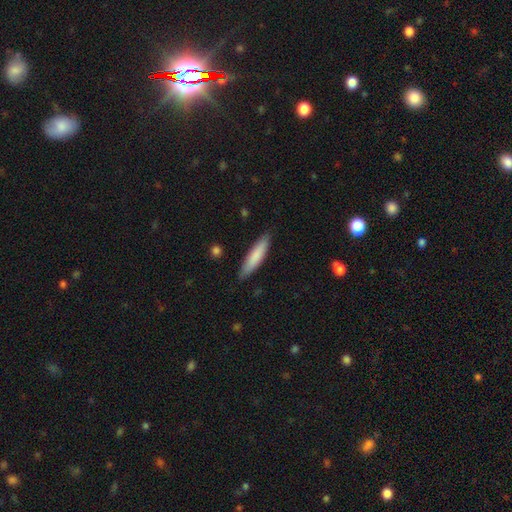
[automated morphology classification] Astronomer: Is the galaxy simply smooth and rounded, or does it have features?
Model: smooth — 80%.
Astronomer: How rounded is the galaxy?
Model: cigar-shaped — 81%.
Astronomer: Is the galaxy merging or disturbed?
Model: none — 87%.